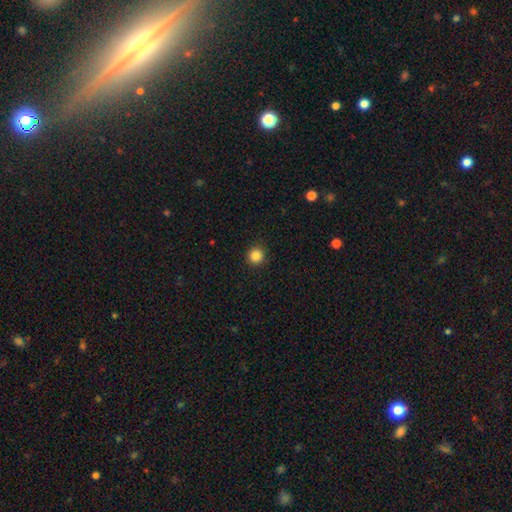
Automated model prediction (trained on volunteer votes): Q: Smooth or featured?
A: smooth (86%); runner-up: star or artifact (11%)
Q: How rounded?
A: round (95%); runner-up: in between (4%)
Q: Merging?
A: none (92%); runner-up: minor disturbance (5%)